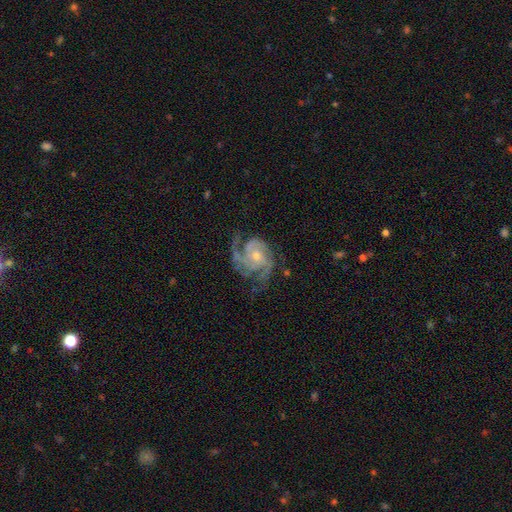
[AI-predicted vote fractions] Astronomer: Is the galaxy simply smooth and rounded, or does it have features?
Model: featured or disk — 91%.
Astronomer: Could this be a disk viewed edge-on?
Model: no — 98%.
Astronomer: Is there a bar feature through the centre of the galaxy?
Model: no — 71%.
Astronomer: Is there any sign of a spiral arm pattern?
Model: yes — 98%.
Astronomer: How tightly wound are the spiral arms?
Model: tight — 52% (runner-up: medium, 41%).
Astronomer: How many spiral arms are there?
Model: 3 — 53%.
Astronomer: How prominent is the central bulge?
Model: small — 52% (runner-up: moderate, 44%).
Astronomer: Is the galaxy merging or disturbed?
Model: none — 69%.